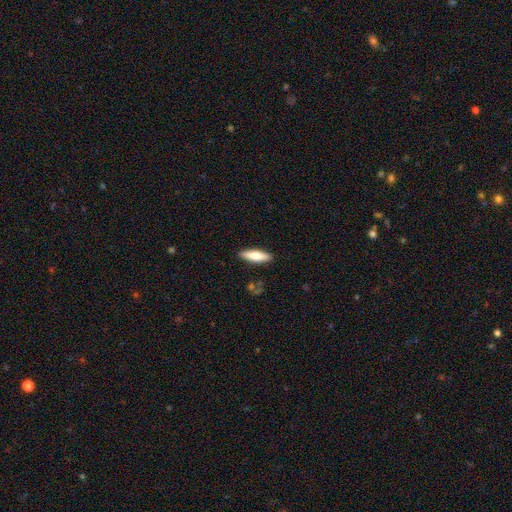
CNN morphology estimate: A smooth galaxy with no disk features (72%) that is cigar-shaped (56%). Merging: none (87%).